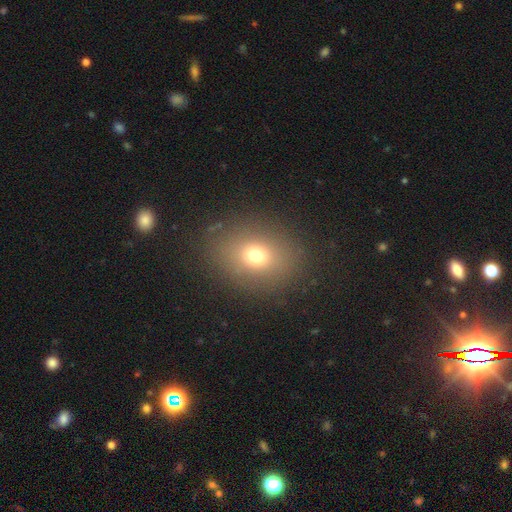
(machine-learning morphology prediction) A smooth galaxy with no disk features (71%) that is round (53%).

Vote fractions:
- Smooth or featured? smooth: 71% / star or artifact: 17% / featured or disk: 12%
- How rounded? round: 53% / in between: 46% / cigar-shaped: 1%
- Merging? none: 85% / minor disturbance: 9% / major disturbance: 5% / merger: 1%